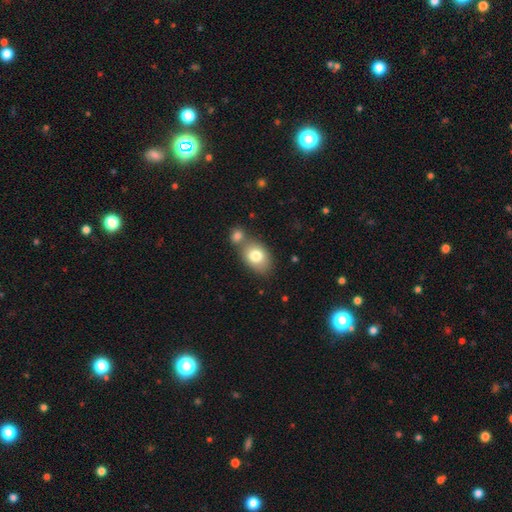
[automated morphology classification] This appears to be a smooth galaxy with no disk features (78%) that is in between round and cigar-shaped (79%). Merging: none (49%).